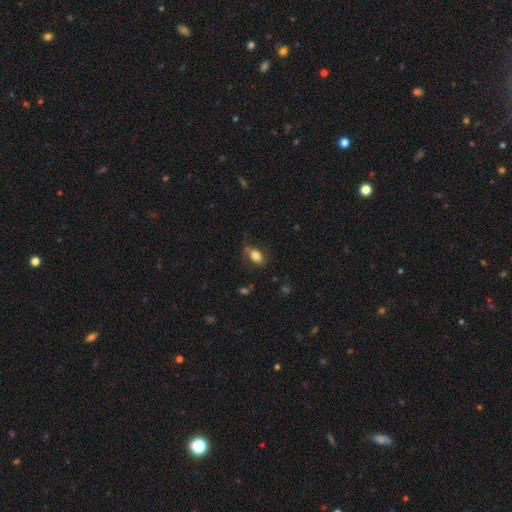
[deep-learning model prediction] Smooth or featured: smooth — 80% (featured or disk — 12%)
How rounded: in between — 85% (round — 13%)
Merging: none — 70% (minor disturbance — 21%)